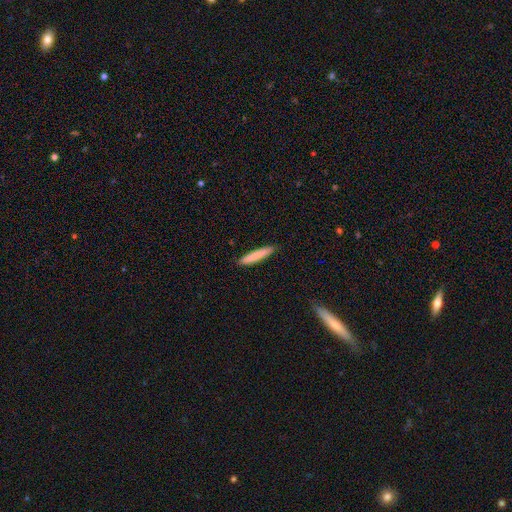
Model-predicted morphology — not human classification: smooth 80%, featured or disk 14%, star or artifact 6%. Down the decision tree: how rounded — cigar-shaped (93%); merging — none (90%).